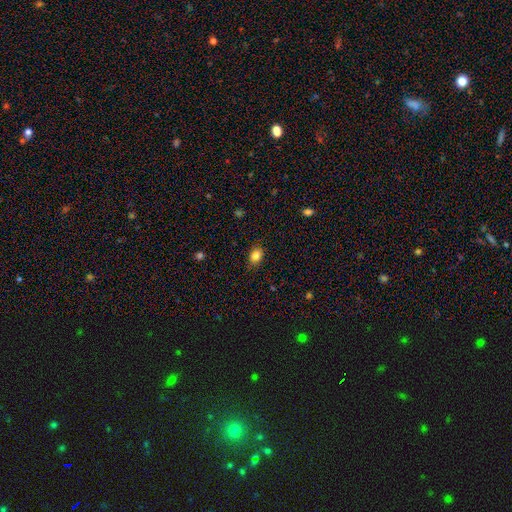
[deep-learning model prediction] This appears to be a smooth galaxy with no disk features (84%) that is in between round and cigar-shaped (76%). Merging: none (84%).